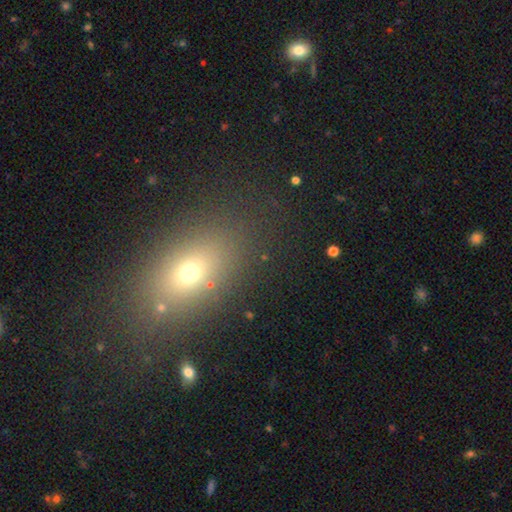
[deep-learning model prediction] The model was most divided on "smooth or featured": smooth: 62%, star or artifact: 23%, featured or disk: 15%. More confident: merging — none (81%); how rounded — in between (73%).